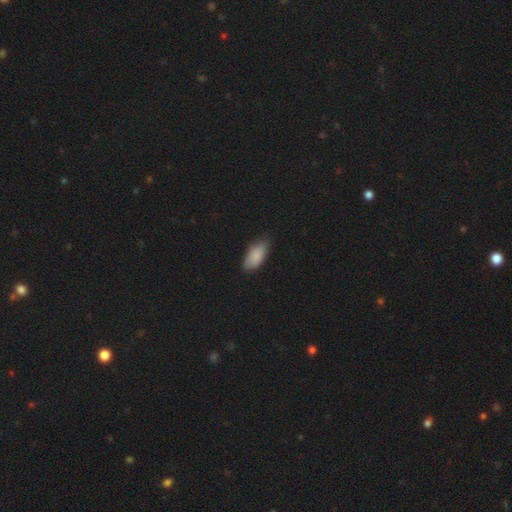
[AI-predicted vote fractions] smooth 86%, featured or disk 7%, star or artifact 7%. Down the decision tree: how rounded — in between (90%); merging — none (74%).